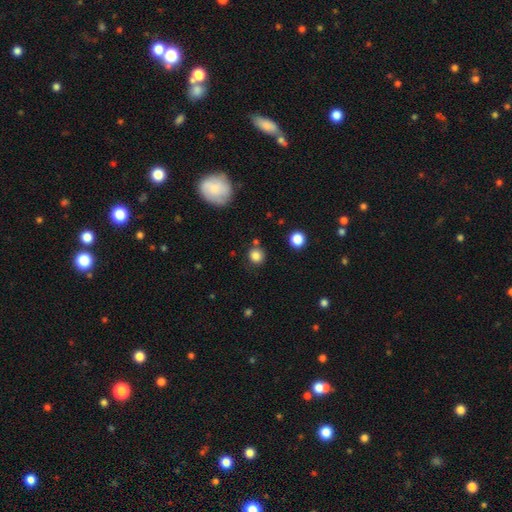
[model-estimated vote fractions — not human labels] A smooth galaxy with no disk features (83%) that is round (86%).

Vote fractions:
- Smooth or featured? smooth: 83% / star or artifact: 12% / featured or disk: 5%
- How rounded? round: 86% / in between: 13% / cigar-shaped: 1%
- Merging? none: 79% / minor disturbance: 11% / merger: 6% / major disturbance: 4%